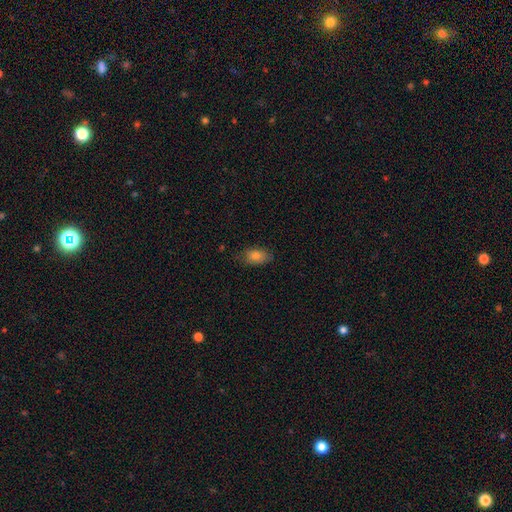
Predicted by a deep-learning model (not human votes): This is clearly a smooth galaxy (81%). How rounded: clearly in between (87%). Merging: likely none (77%).